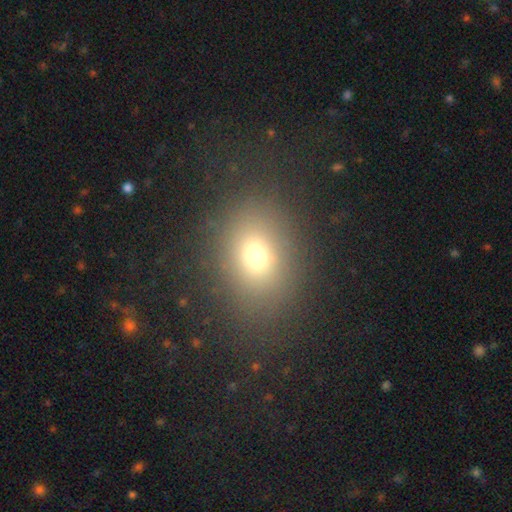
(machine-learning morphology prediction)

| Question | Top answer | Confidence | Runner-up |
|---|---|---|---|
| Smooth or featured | smooth | 71% | star or artifact (17%) |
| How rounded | in between | 55% | round (43%) |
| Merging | none | 83% | minor disturbance (10%) |